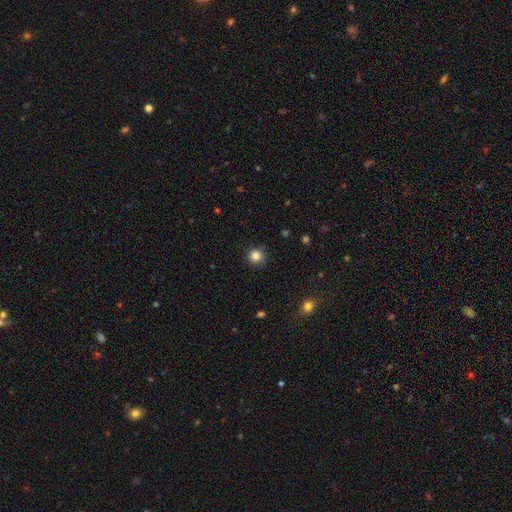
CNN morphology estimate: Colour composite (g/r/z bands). It shows a smooth galaxy with no disk features (84%) that is round (94%). Merging: none (89%).